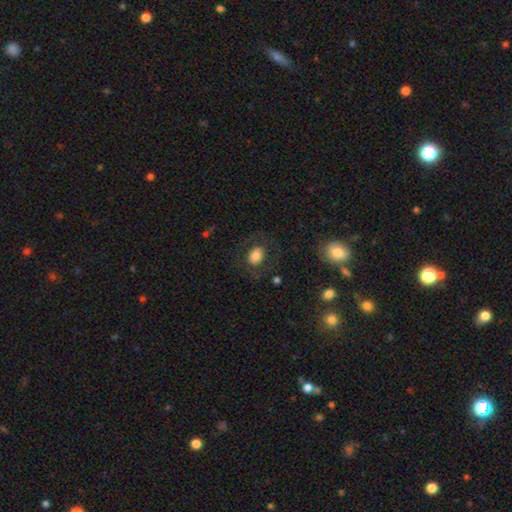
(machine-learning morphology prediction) This is likely a smooth galaxy (72%). How rounded: likely in between (66%). Merging: likely none (74%).